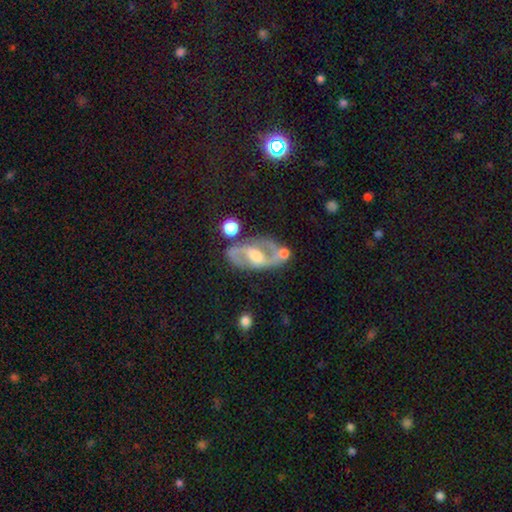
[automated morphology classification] Smooth or featured?
  - featured or disk: 80% *
  - smooth: 14%
  - star or artifact: 6%
Edge-on disk?
  - no: 93% *
  - yes: 7%
Bar?
  - weak: 42% *
  - strong: 31%
  - no: 27%
Spiral arms?
  - yes: 80% *
  - no: 20%
Spiral winding?
  - medium: 54% *
  - loose: 24%
  - tight: 23%
Spiral arm count?
  - 2: 86% *
  - can't tell: 7%
  - 1: 3%
  - 3: 1%
  - 4: 1%
  - more than 4: 1%
Bulge size?
  - moderate: 57% *
  - large: 19%
  - small: 18%
  - none: 4%
  - dominant: 2%
Merging?
  - none: 66% *
  - minor disturbance: 17%
  - merger: 9%
  - major disturbance: 8%